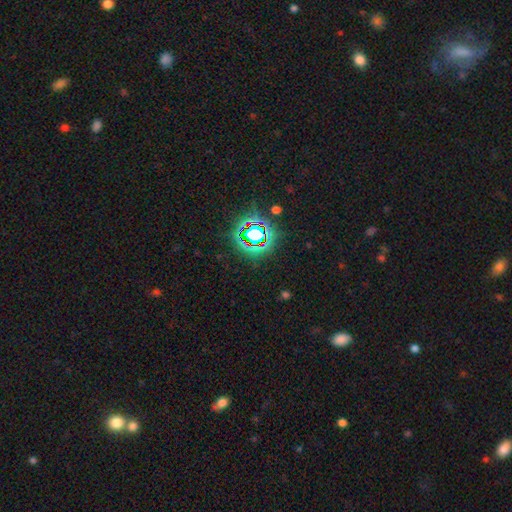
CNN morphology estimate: Smooth or featured?
  - star or artifact: 76% *
  - smooth: 16%
  - featured or disk: 9%